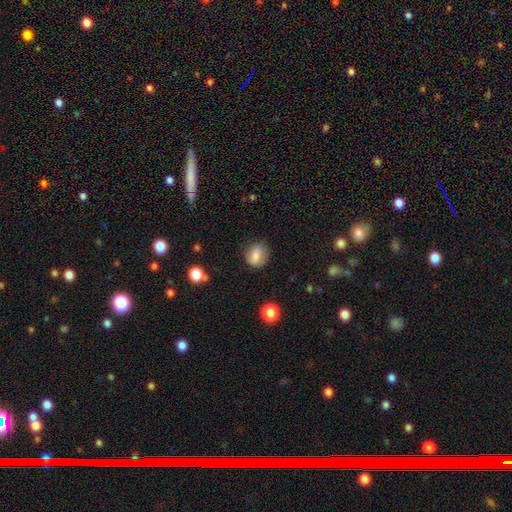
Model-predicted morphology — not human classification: type=smooth (76%); roundness=round (60%); merging=none (72%).